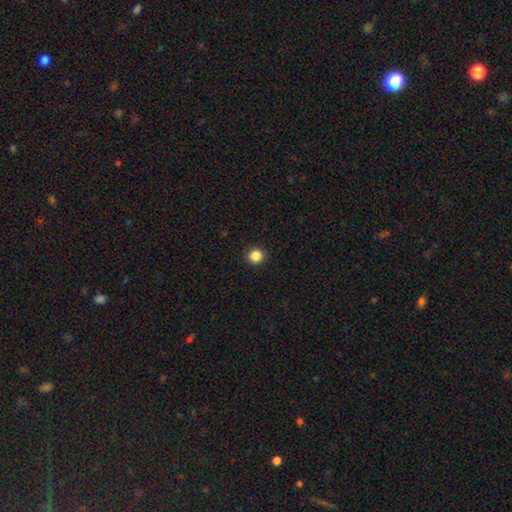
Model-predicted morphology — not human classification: The model was most divided on "smooth or featured": smooth: 86%, star or artifact: 11%, featured or disk: 3%. More confident: how rounded — round (94%); merging — none (93%).